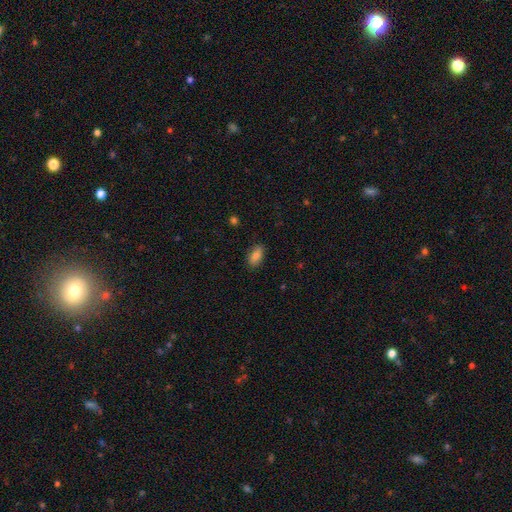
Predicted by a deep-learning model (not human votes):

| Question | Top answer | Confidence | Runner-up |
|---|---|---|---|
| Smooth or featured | smooth | 82% | featured or disk (10%) |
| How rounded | in between | 91% | round (5%) |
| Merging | none | 82% | minor disturbance (14%) |